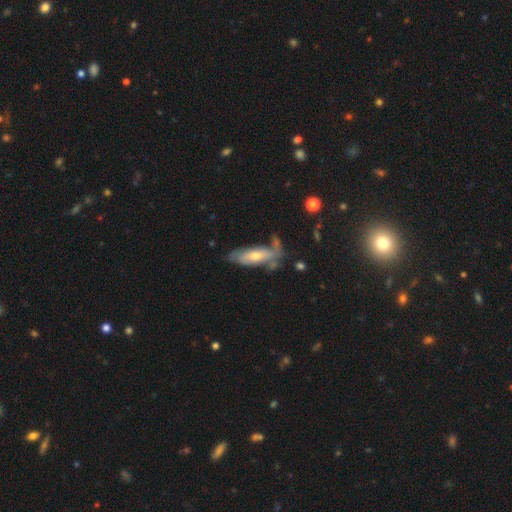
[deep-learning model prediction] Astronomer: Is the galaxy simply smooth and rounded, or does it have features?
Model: featured or disk — 52% (runner-up: smooth, 41%).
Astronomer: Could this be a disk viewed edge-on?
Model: no — 65%.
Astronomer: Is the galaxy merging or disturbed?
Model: none — 44% (runner-up: minor disturbance, 28%).